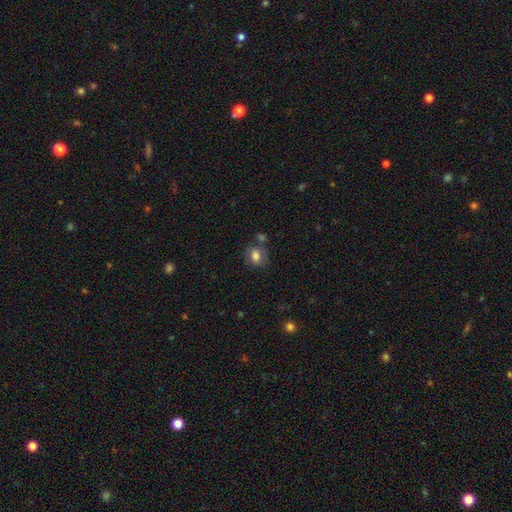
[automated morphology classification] This is clearly a smooth galaxy (80%). How rounded: possibly in between (58%). Merging: likely none (63%).